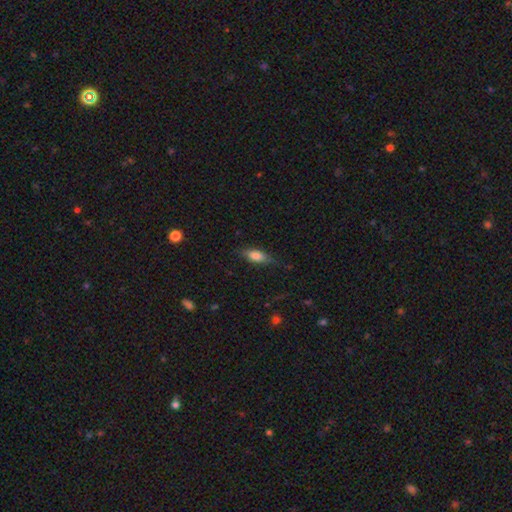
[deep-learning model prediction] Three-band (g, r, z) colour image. It shows a smooth galaxy with no disk features (72%) that is in between round and cigar-shaped (73%). Merging: none (72%).